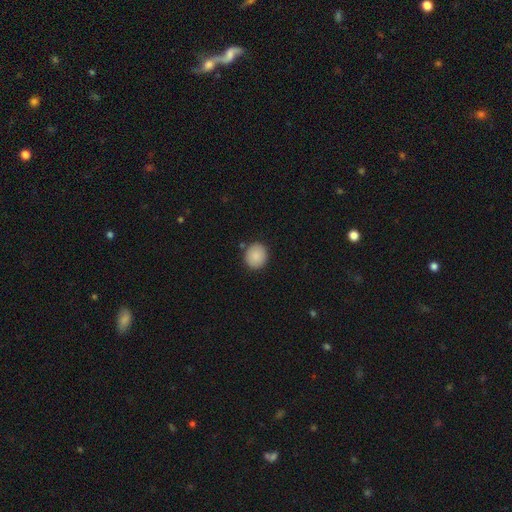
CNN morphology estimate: A smooth galaxy with no disk features (88%) that is round (83%).

Vote fractions:
- Smooth or featured? smooth: 88% / star or artifact: 8% / featured or disk: 5%
- How rounded? round: 83% / in between: 17% / cigar-shaped: 1%
- Merging? none: 87% / minor disturbance: 8% / merger: 3% / major disturbance: 2%